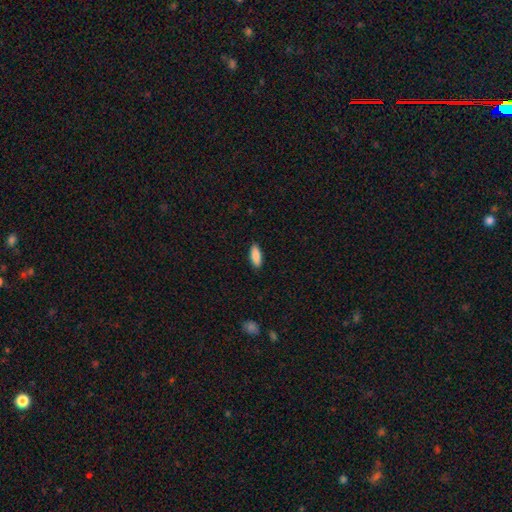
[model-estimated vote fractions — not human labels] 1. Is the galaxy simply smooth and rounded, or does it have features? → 89% smooth, 6% star or artifact, 5% featured or disk.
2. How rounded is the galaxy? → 69% in between, 29% cigar-shaped, 2% round.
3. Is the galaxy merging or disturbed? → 89% none, 8% minor disturbance, 2% major disturbance, 1% merger.